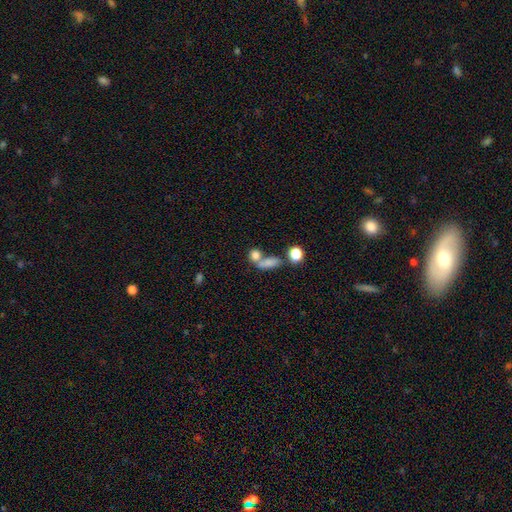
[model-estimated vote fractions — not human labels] This appears to be a smooth galaxy with no disk features (78%) that is round (46%). Merging: merger (46%).